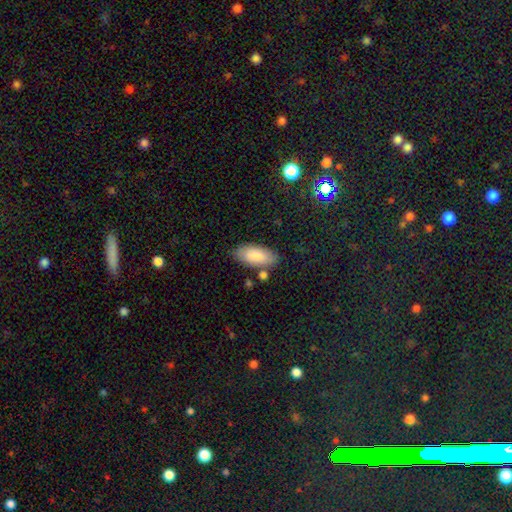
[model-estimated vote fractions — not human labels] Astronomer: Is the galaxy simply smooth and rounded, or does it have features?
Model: smooth — 86%.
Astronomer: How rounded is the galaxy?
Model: in between — 88%.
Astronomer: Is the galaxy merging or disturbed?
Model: none — 73%.